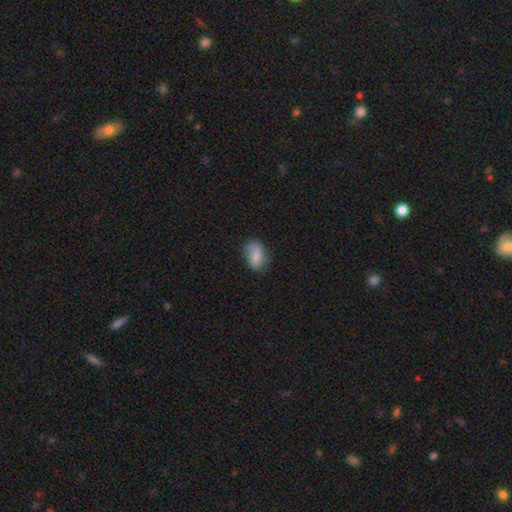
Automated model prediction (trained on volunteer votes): smooth 80%, featured or disk 12%, star or artifact 8%. Down the decision tree: how rounded — in between (84%); merging — none (65%).